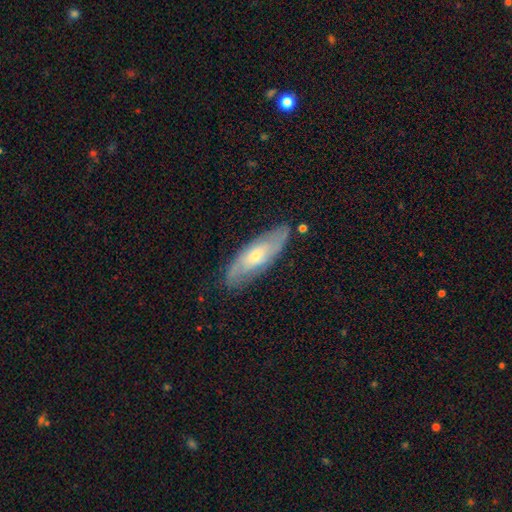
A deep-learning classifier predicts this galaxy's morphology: This appears to be a featured or disk galaxy (57%). Merging: none (80%).